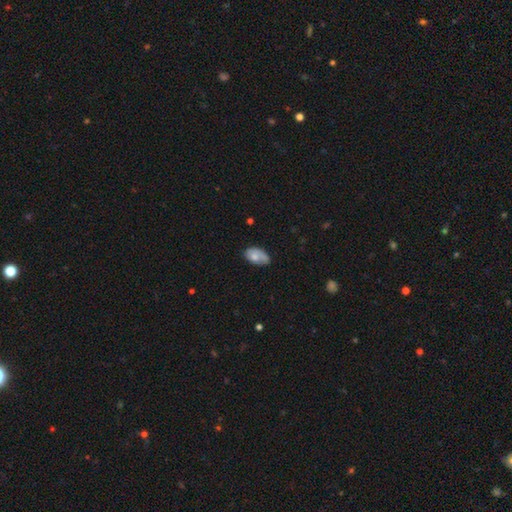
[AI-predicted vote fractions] smooth 69%, featured or disk 24%, star or artifact 7%. Down the decision tree: how rounded — in between (92%); merging — none (51%).